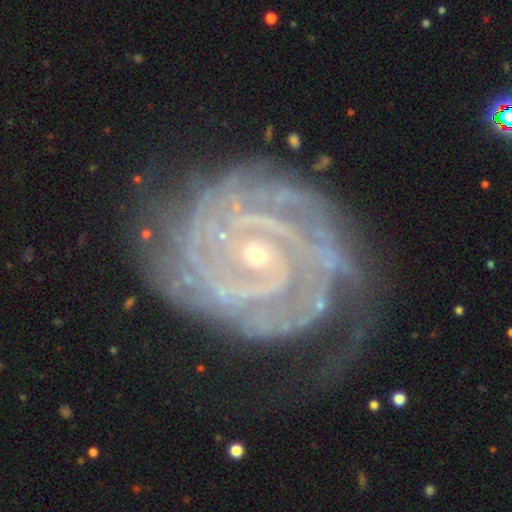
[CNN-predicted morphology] This appears to be a featured or disk galaxy (91%) with no bar (49%), 2 (27%) tight (82%) spiral arms (98%) and a small central bulge (71%). Merging: none (66%).